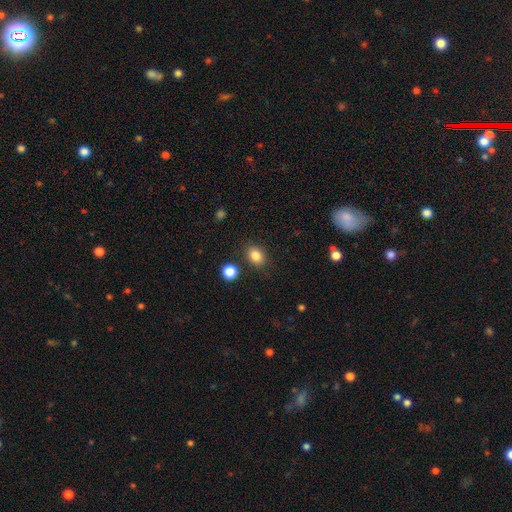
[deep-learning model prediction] Overall: smooth (84%). How rounded: in between (64%; round 35%). Merging: none (84%).